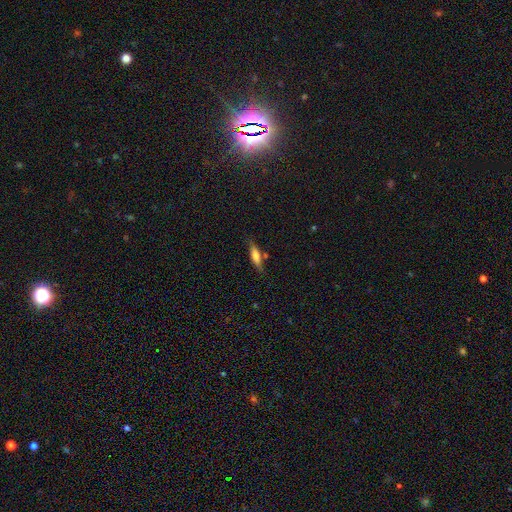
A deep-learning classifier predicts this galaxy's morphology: This appears to be a smooth galaxy with no disk features (61%) that is cigar-shaped (60%). Merging: none (72%).